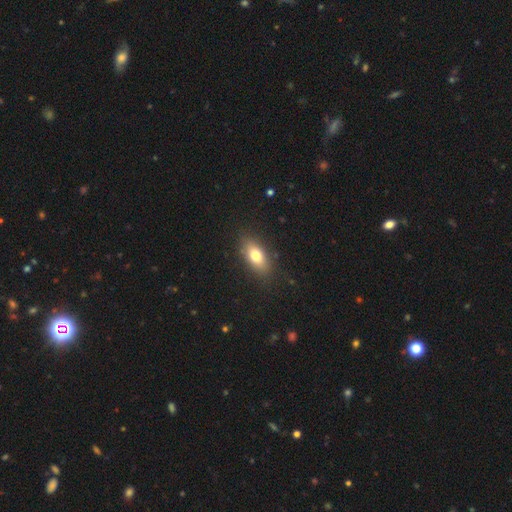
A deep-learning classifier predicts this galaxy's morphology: A smooth galaxy with no disk features (75%) that is in between round and cigar-shaped (84%).

Vote fractions:
- Smooth or featured? smooth: 75% / featured or disk: 17% / star or artifact: 8%
- How rounded? in between: 84% / cigar-shaped: 9% / round: 7%
- Merging? none: 86% / minor disturbance: 10% / major disturbance: 3% / merger: 1%